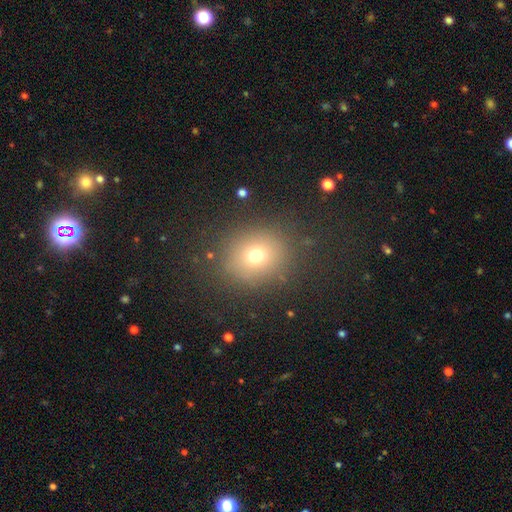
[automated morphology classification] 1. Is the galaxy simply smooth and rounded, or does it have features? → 71% smooth, 18% star or artifact, 11% featured or disk.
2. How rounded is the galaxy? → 76% round, 23% in between, 1% cigar-shaped.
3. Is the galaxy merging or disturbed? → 84% none, 9% minor disturbance, 5% major disturbance, 2% merger.